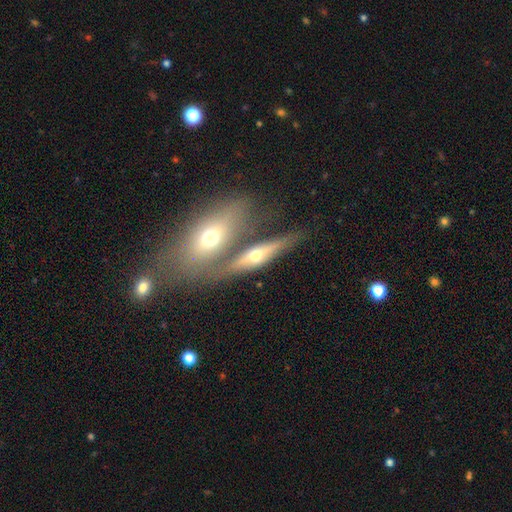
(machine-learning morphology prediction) Smooth or featured: featured or disk — 55% (smooth — 37%)
Edge-on disk: yes — 80% (no — 20%)
Merging: none — 49% (merger — 31%)